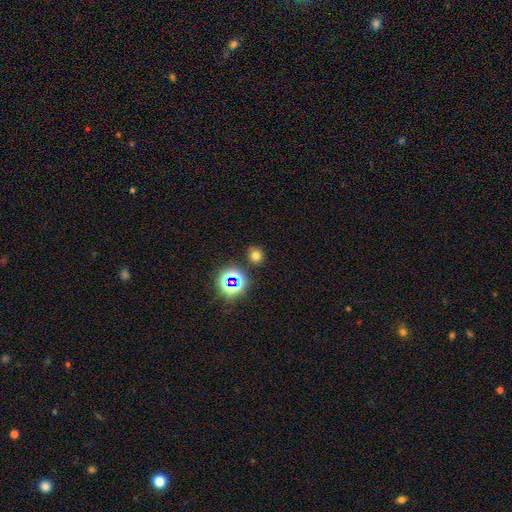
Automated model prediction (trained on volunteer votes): A smooth galaxy with no disk features (67%) that is round (84%). Merging: none (85%).